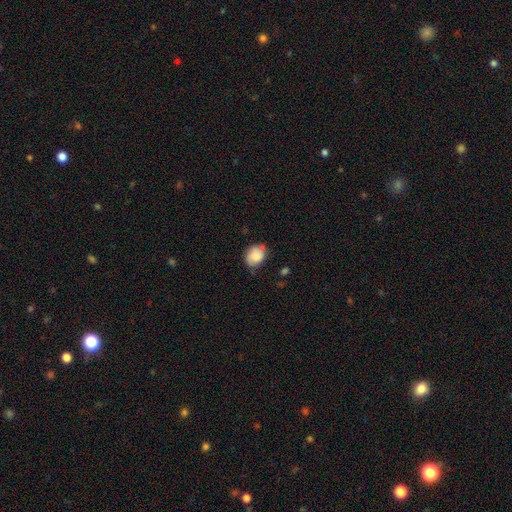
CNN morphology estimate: Smooth or featured? smooth (77%)
How rounded? in between (56%)
Merging? none (69%)